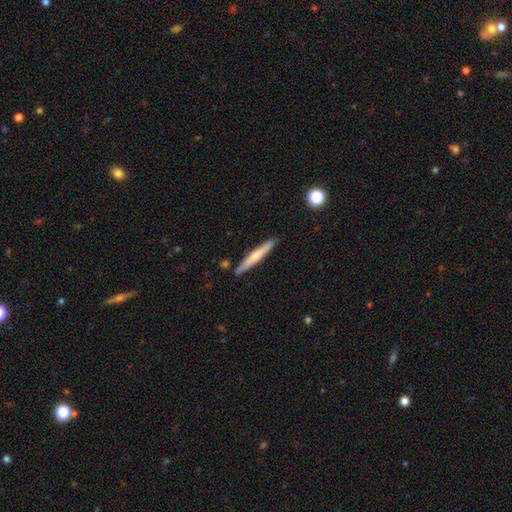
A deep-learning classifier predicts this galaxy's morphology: Q: Smooth or featured?
A: smooth (54%); runner-up: featured or disk (41%)
Q: How rounded?
A: cigar-shaped (95%); runner-up: in between (4%)
Q: Merging?
A: none (88%); runner-up: minor disturbance (8%)